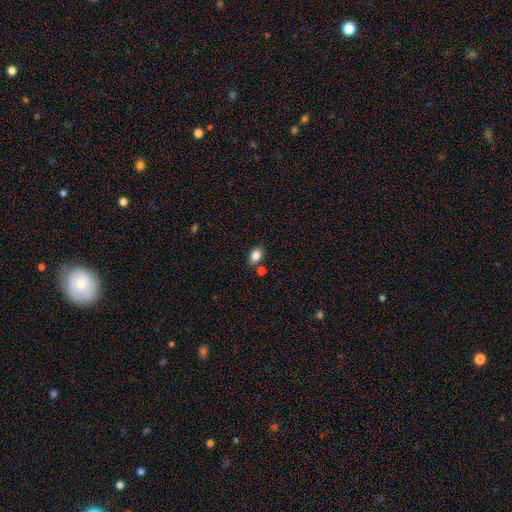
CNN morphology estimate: Smooth or featured? smooth (84%)
How rounded? in between (81%)
Merging? none (76%)